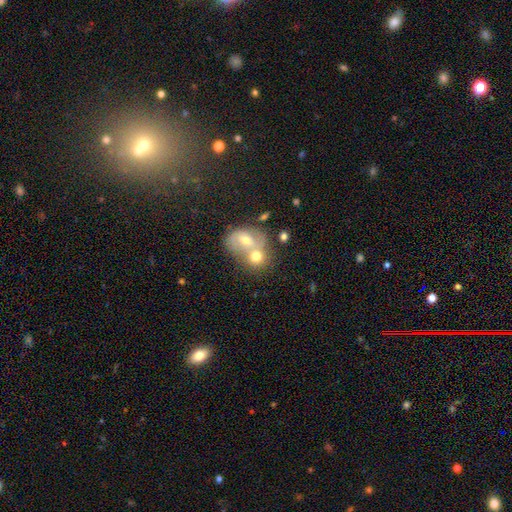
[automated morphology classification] A smooth galaxy with no disk features (58%) that is round (62%).

Vote fractions:
- Smooth or featured? smooth: 58% / featured or disk: 32% / star or artifact: 11%
- How rounded? round: 62% / in between: 37% / cigar-shaped: 1%
- Merging? merger: 66% / none: 24% / minor disturbance: 6% / major disturbance: 4%